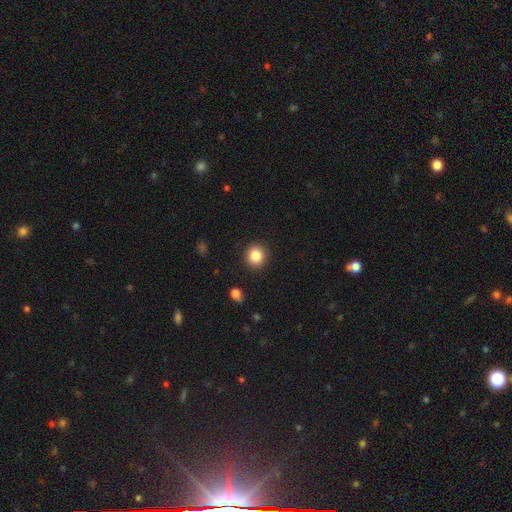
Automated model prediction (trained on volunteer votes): A smooth galaxy with no disk features (85%) that is round (90%). Merging: none (91%).